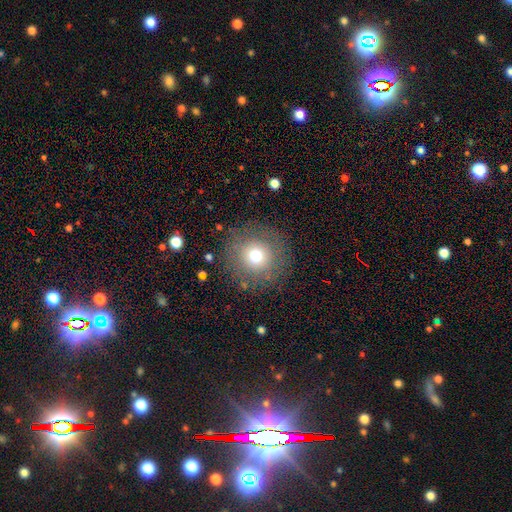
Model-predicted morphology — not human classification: This is likely a smooth galaxy (70%). How rounded: clearly round (95%). Merging: clearly none (86%).